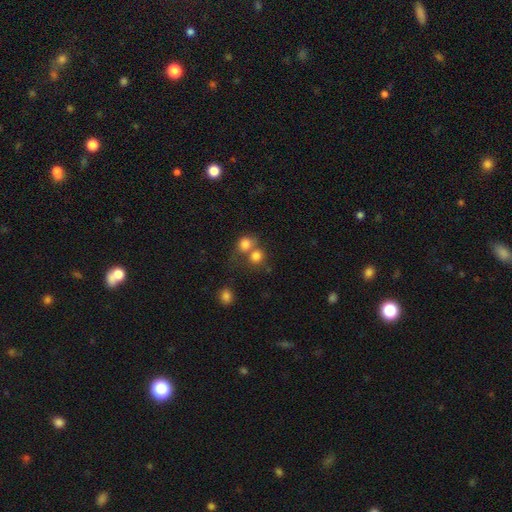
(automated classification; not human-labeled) Smooth or featured? smooth (79%)
How rounded? round (75%)
Merging? merger (45%)